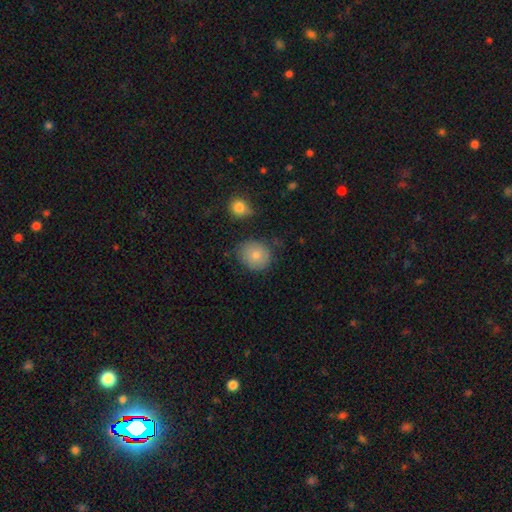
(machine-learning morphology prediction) smooth 81%, featured or disk 11%, star or artifact 8%. Down the decision tree: how rounded — round (75%); merging — none (71%).